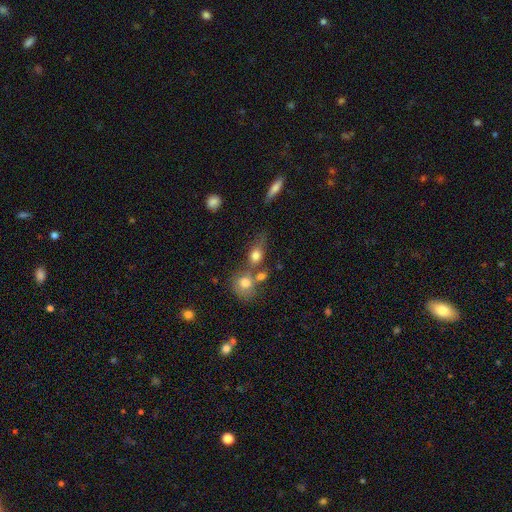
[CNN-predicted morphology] Smooth or featured? Predicted: smooth (p=0.76). How rounded? Predicted: in between (p=0.53). Merging? Predicted: none (p=0.42).